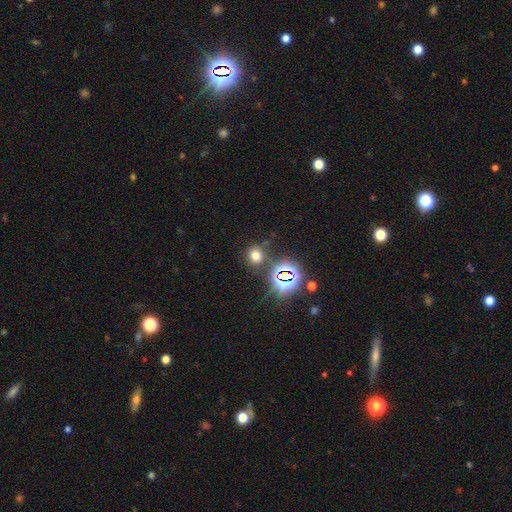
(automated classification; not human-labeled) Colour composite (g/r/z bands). It shows a smooth galaxy with no disk features (62%) that is round (83%). Merging: none (78%).